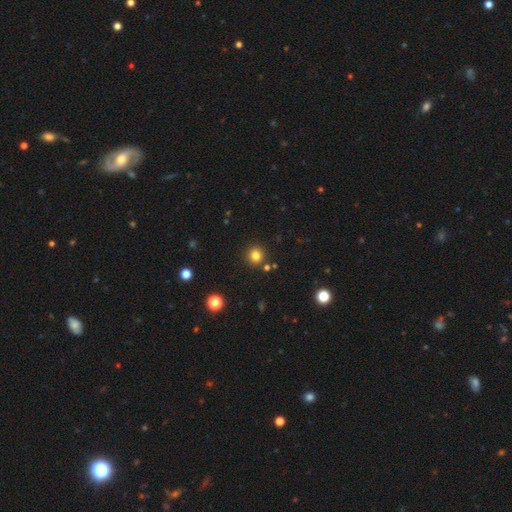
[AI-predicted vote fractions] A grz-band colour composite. It shows a smooth galaxy with no disk features (80%) that is round (93%). Merging: none (88%).